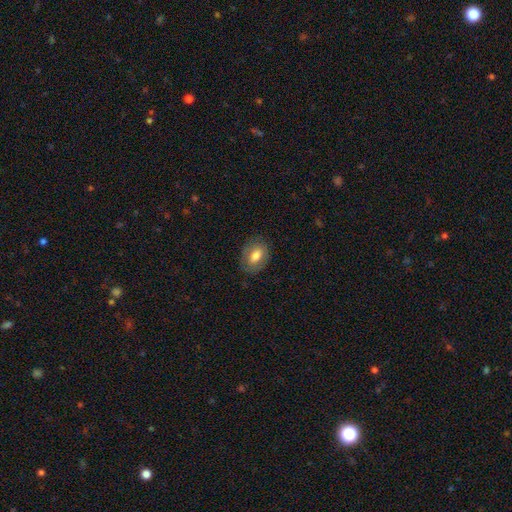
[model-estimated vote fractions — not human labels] A smooth galaxy with no disk features (70%) that is in between round and cigar-shaped (79%).

Vote fractions:
- Smooth or featured? smooth: 70% / featured or disk: 23% / star or artifact: 8%
- How rounded? in between: 79% / round: 20% / cigar-shaped: 1%
- Merging? none: 81% / minor disturbance: 13% / major disturbance: 5% / merger: 1%